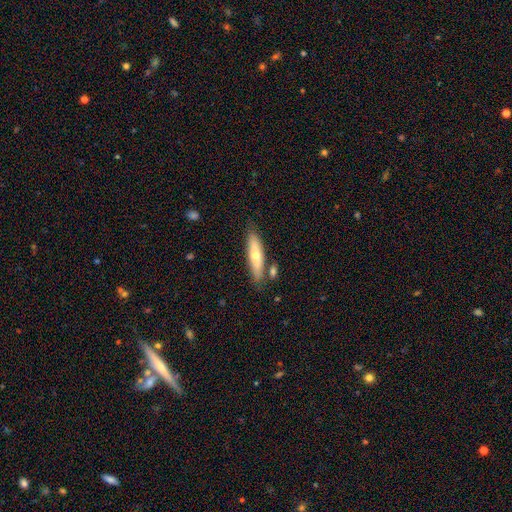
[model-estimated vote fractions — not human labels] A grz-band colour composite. It shows a smooth galaxy with no disk features (58%) that is cigar-shaped (71%). Merging: none (76%).